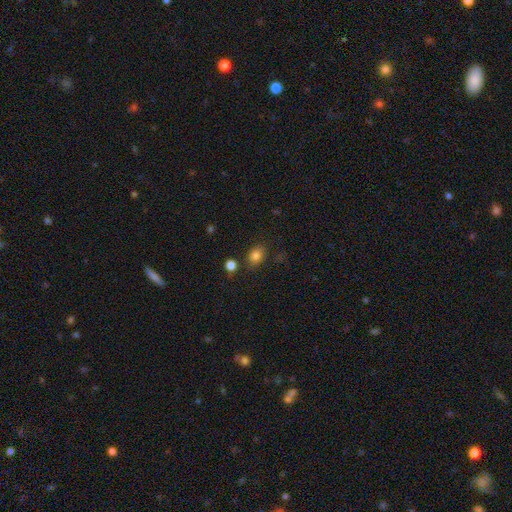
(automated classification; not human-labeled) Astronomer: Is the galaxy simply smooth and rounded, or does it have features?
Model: smooth — 82%.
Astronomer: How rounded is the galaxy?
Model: in between — 56% (runner-up: round, 43%).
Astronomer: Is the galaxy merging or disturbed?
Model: none — 77%.